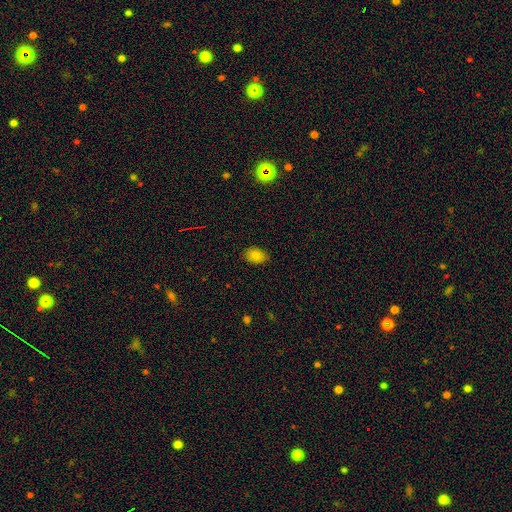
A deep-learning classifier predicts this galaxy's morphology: Overall: smooth (81%). How rounded: in between (80%). Merging: none (83%).